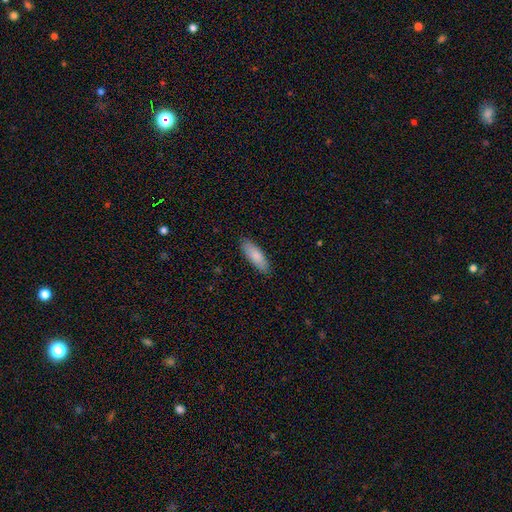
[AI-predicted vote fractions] Smooth or featured: smooth — 85% (featured or disk — 10%)
How rounded: in between — 64% (cigar-shaped — 34%)
Merging: none — 87% (minor disturbance — 10%)